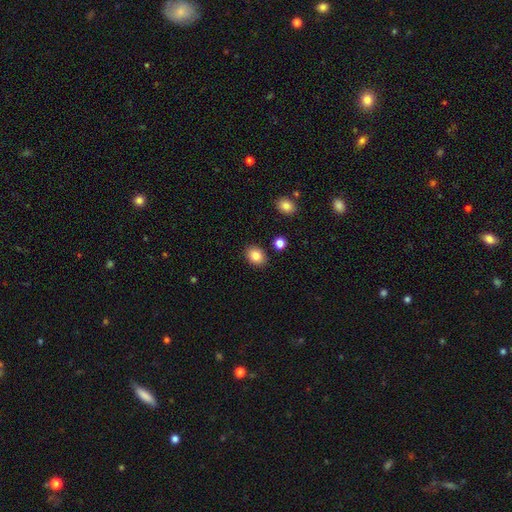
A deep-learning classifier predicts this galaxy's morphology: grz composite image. It shows a smooth galaxy with no disk features (84%) that is in between round and cigar-shaped (57%). Merging: none (87%).